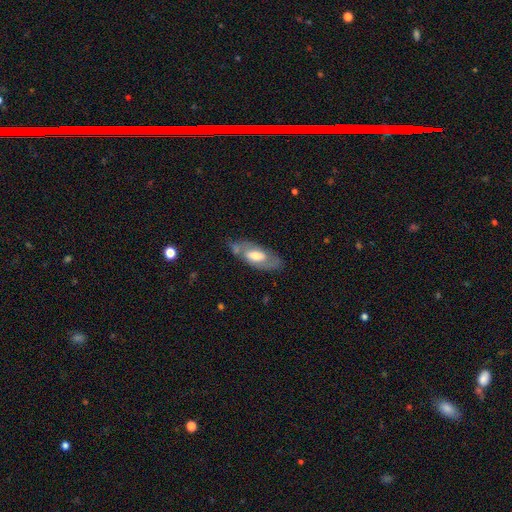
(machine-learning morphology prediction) Q: Smooth or featured?
A: featured or disk (54%); runner-up: smooth (40%)
Q: Edge-on disk?
A: no (83%); runner-up: yes (17%)
Q: Merging?
A: none (66%); runner-up: minor disturbance (21%)